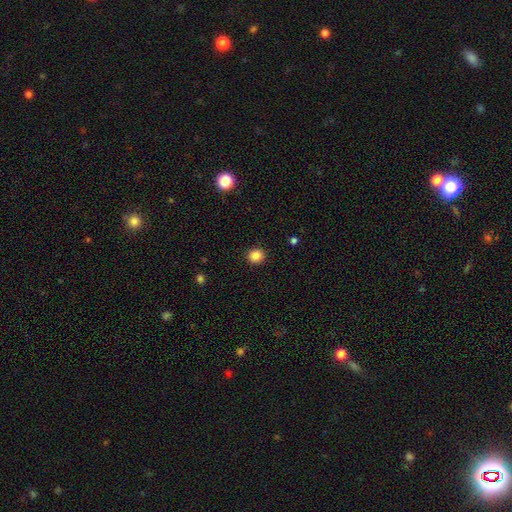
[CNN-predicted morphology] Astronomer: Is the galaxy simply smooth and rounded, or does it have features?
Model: smooth — 85%.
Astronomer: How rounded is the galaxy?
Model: round — 89%.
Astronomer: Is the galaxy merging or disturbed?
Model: none — 93%.